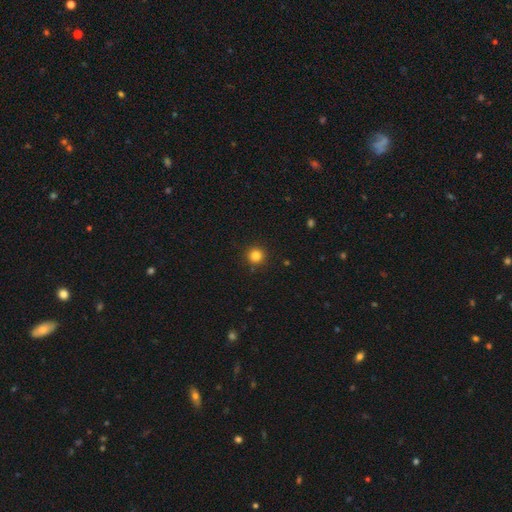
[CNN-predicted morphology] This is clearly a smooth galaxy (83%). How rounded: clearly round (95%). Merging: clearly none (91%).